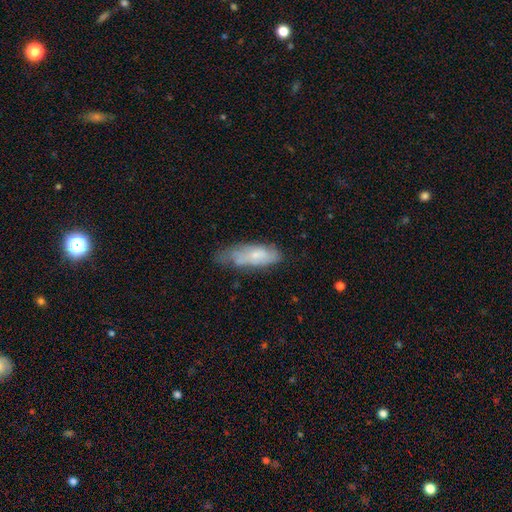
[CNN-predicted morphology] The model was most divided on "smooth or featured": smooth: 49%, featured or disk: 43%, star or artifact: 7%. Remaining: merging — none (47%).